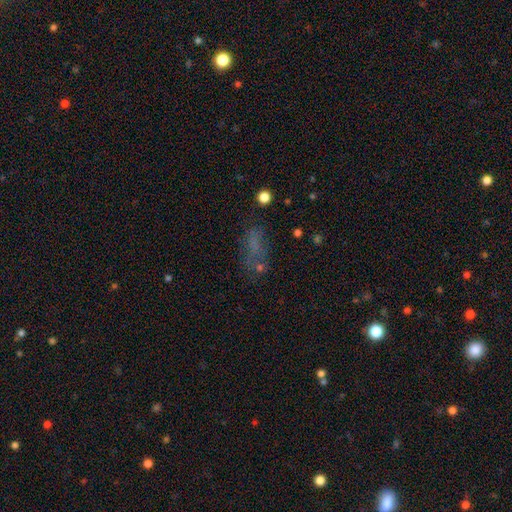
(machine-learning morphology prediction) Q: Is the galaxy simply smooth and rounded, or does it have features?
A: smooth — 50%.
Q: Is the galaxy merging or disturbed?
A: none — 54%.